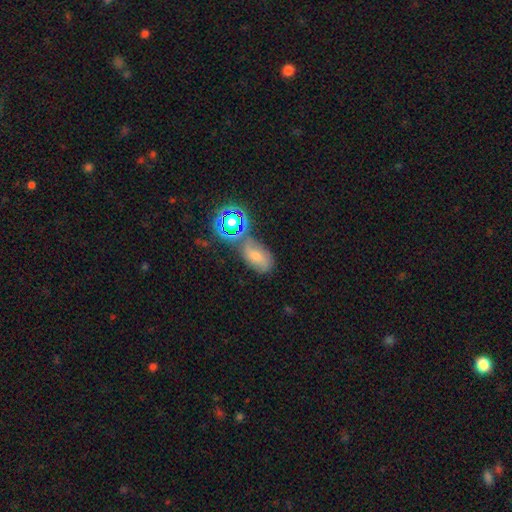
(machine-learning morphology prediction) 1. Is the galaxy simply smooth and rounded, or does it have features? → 37% smooth, 32% star or artifact, 30% featured or disk.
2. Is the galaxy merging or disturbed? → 54% none, 21% minor disturbance, 15% merger, 10% major disturbance.